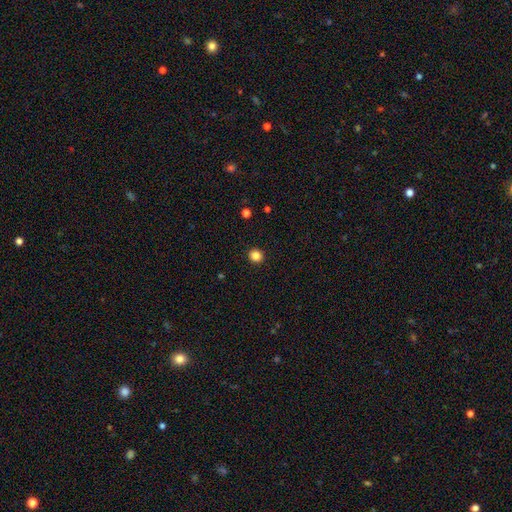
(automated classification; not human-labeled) A smooth galaxy with no disk features (85%) that is round (89%).

Vote fractions:
- Smooth or featured? smooth: 85% / star or artifact: 11% / featured or disk: 3%
- How rounded? round: 89% / in between: 10% / cigar-shaped: 1%
- Merging? none: 93% / minor disturbance: 5% / major disturbance: 2% / merger: 1%